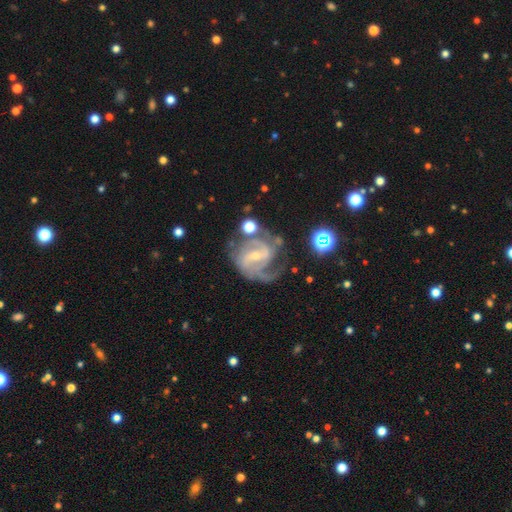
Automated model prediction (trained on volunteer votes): This is clearly a featured or disk galaxy (90%). It is clearly not viewed edge-on (98%). Bar: possibly weak (47%). Spiral arm pattern: clearly yes (98%). Spiral arm count: possibly 2 (55%). Spiral winding: possibly medium (51%). Central bulge: likely small (69%). Merging: possibly none (58%).